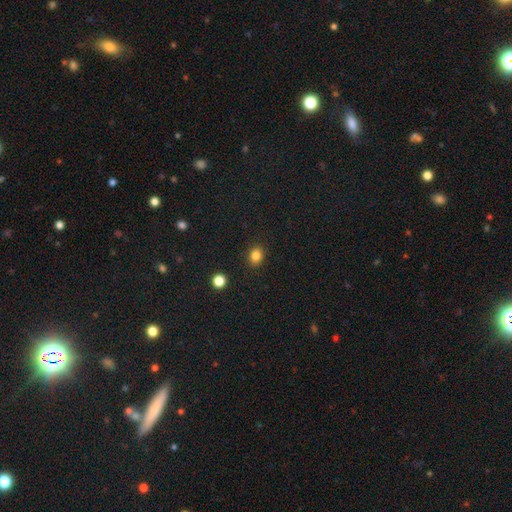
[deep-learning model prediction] A smooth galaxy with no disk features (84%) that is in between round and cigar-shaped (51%). Merging: none (89%).